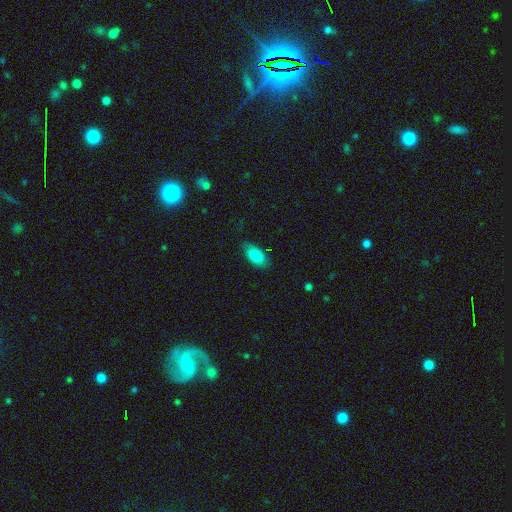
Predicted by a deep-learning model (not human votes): A smooth galaxy with no disk features (88%) that is in between round and cigar-shaped (93%).

Vote fractions:
- Smooth or featured? smooth: 88% / star or artifact: 7% / featured or disk: 6%
- How rounded? in between: 93% / cigar-shaped: 4% / round: 3%
- Merging? none: 75% / minor disturbance: 20% / major disturbance: 4% / merger: 1%